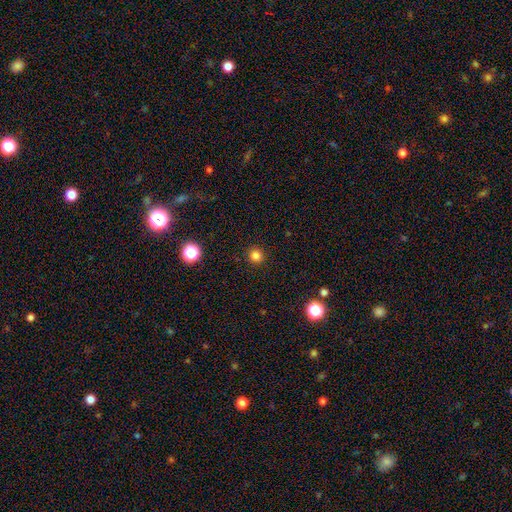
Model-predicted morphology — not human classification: A smooth galaxy with no disk features (81%) that is round (95%).

Vote fractions:
- Smooth or featured? smooth: 81% / star or artifact: 15% / featured or disk: 4%
- How rounded? round: 95% / in between: 4% / cigar-shaped: 1%
- Merging? none: 92% / minor disturbance: 5% / major disturbance: 2% / merger: 1%